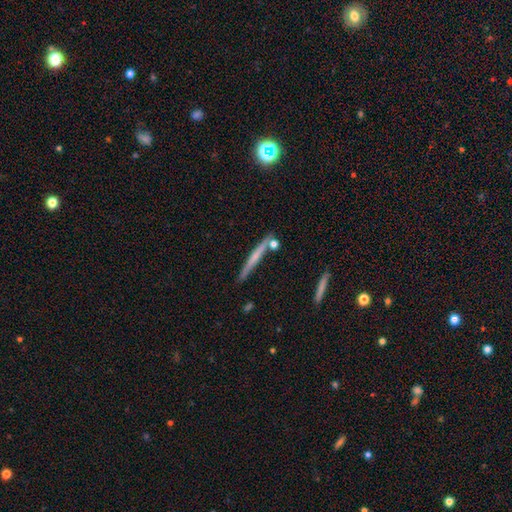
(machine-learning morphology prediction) Q: Smooth or featured?
A: smooth (46%); tied with: featured or disk (46%)
Q: Merging?
A: none (82%); runner-up: minor disturbance (10%)